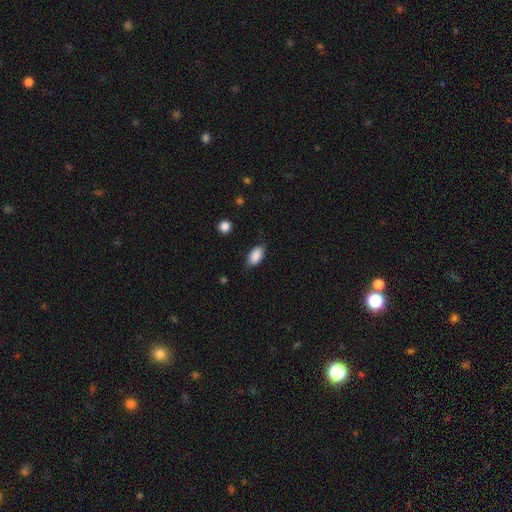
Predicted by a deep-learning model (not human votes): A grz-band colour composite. It shows a smooth galaxy with no disk features (87%) that is in between round and cigar-shaped (92%). Merging: none (73%).